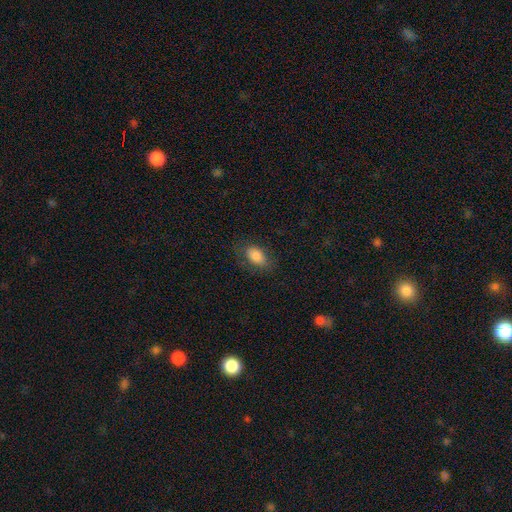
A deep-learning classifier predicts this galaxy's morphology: smooth 82%, featured or disk 9%, star or artifact 8%. Down the decision tree: how rounded — in between (90%); merging — none (76%).